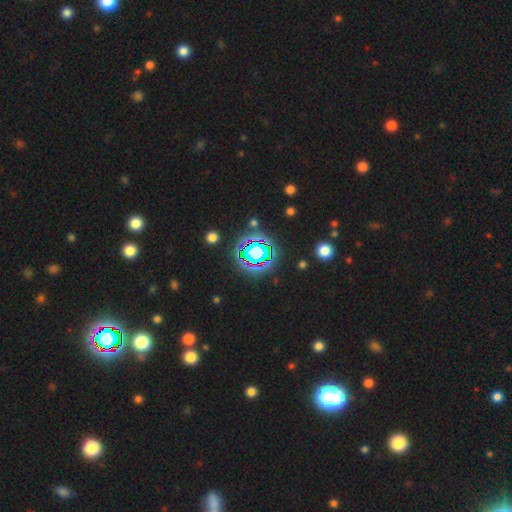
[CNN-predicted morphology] star or artifact 73%, smooth 15%, featured or disk 12%.